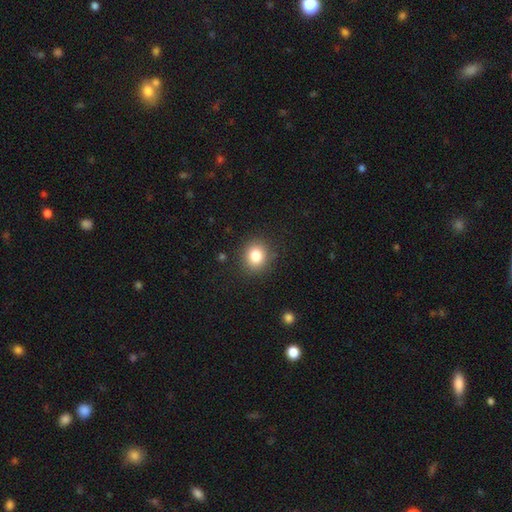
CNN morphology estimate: smooth-or-featured: smooth: 81% | star or artifact: 11% | featured or disk: 7%
  how-rounded: round: 81% | in between: 18% | cigar-shaped: 1%
  merging: none: 88% | minor disturbance: 8% | major disturbance: 3% | merger: 1%